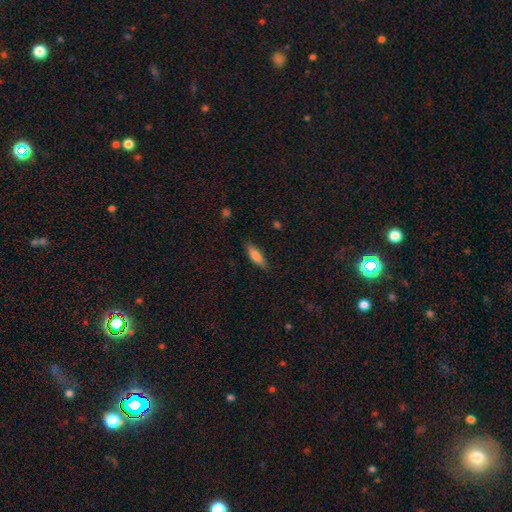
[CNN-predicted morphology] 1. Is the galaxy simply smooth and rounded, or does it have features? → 75% smooth, 18% featured or disk, 7% star or artifact.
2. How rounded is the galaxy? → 53% cigar-shaped, 45% in between, 2% round.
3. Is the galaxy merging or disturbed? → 85% none, 12% minor disturbance, 2% major disturbance, 1% merger.